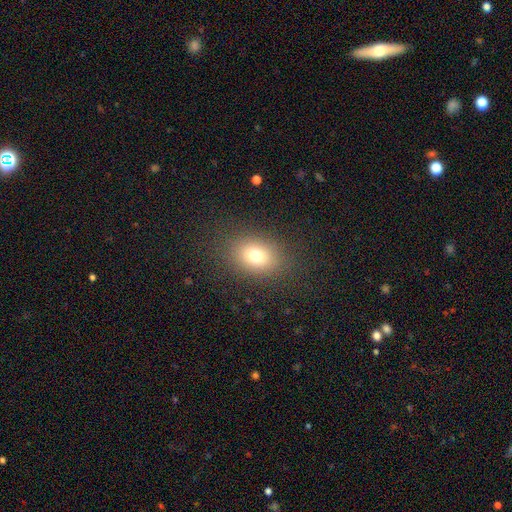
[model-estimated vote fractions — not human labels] Morphology: type=smooth (74%); roundness=in between (61%); merging=none (84%).